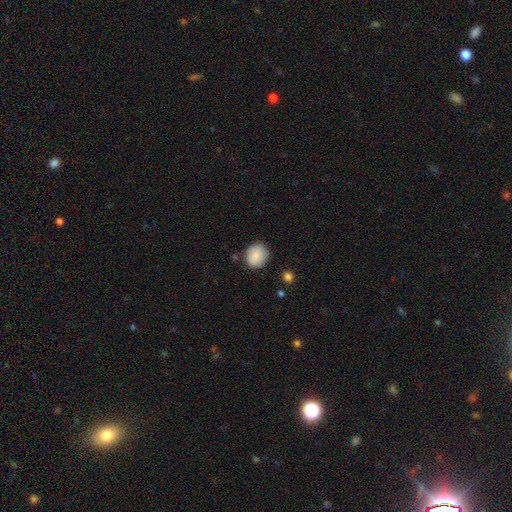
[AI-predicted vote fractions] smooth 83%, featured or disk 9%, star or artifact 7%. Down the decision tree: how rounded — round (74%); merging — none (79%).